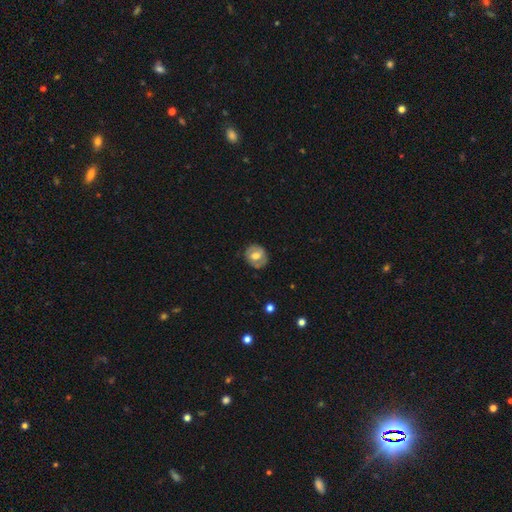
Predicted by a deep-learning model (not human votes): Smooth or featured: smooth — 51% (featured or disk — 42%)
How rounded: round — 73% (in between — 26%)
Merging: none — 76% (minor disturbance — 17%)